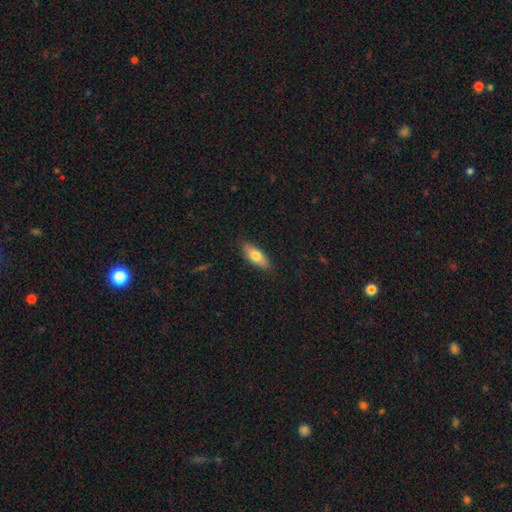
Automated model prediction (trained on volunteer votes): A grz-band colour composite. It shows a smooth galaxy with no disk features (73%) that is in between round and cigar-shaped (74%). Merging: none (86%).